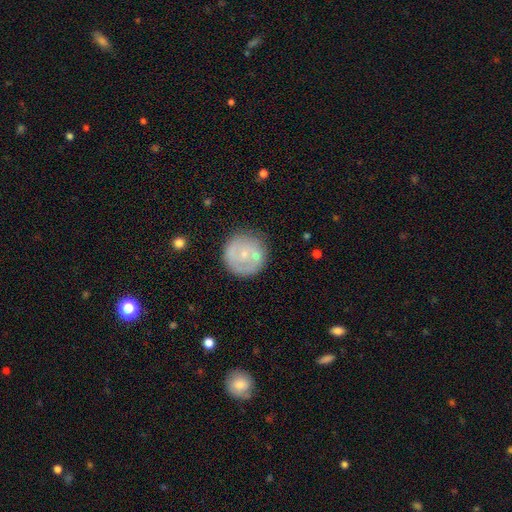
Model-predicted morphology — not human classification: Smooth or featured?
  - smooth: 51% *
  - featured or disk: 43%
  - star or artifact: 7%
How rounded?
  - round: 94% *
  - in between: 5%
  - cigar-shaped: 1%
Merging?
  - none: 68% *
  - minor disturbance: 16%
  - merger: 9%
  - major disturbance: 7%